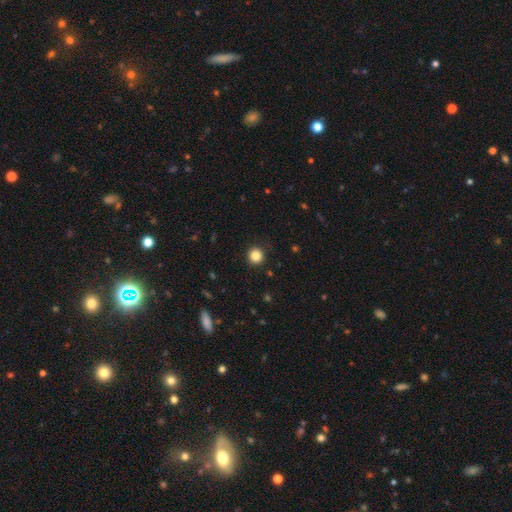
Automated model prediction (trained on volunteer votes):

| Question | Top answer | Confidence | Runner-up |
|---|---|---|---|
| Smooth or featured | smooth | 84% | star or artifact (11%) |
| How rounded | round | 94% | in between (5%) |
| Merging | none | 91% | minor disturbance (6%) |